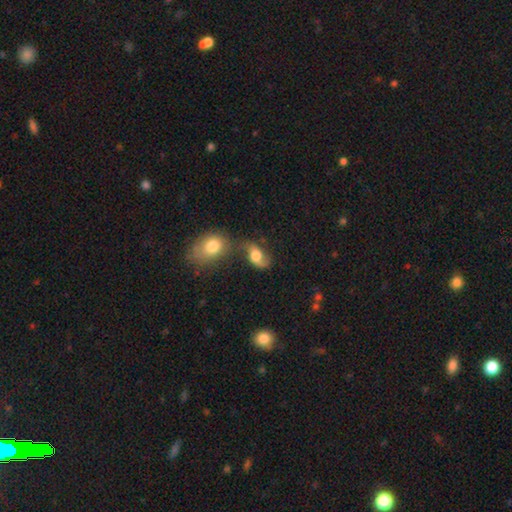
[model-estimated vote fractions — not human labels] A featured or disk galaxy (48%).

Vote fractions:
- Smooth or featured? featured or disk: 48% / smooth: 42% / star or artifact: 10%
- Merging? none: 41% / merger: 29% / minor disturbance: 18% / major disturbance: 12%